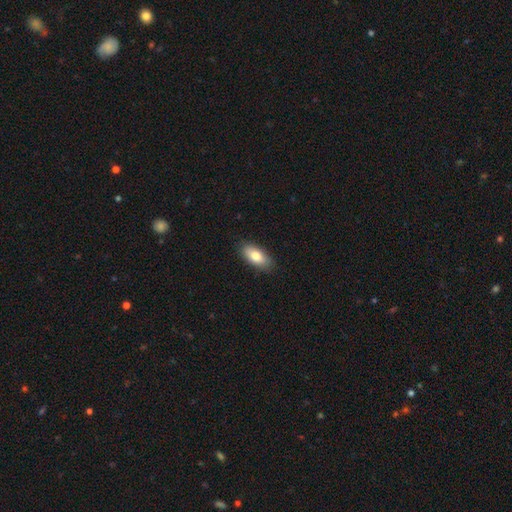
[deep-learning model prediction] Q: Smooth or featured?
A: smooth (80%); runner-up: featured or disk (13%)
Q: How rounded?
A: in between (89%); runner-up: cigar-shaped (8%)
Q: Merging?
A: none (87%); runner-up: minor disturbance (10%)